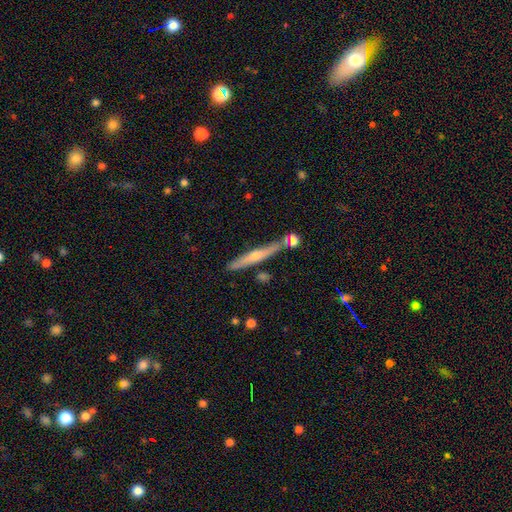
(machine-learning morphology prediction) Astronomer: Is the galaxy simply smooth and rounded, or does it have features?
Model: featured or disk — 60%.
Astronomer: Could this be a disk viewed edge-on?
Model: yes — 94%.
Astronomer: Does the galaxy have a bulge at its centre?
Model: rounded — 72%.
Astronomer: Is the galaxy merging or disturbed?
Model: none — 77%.